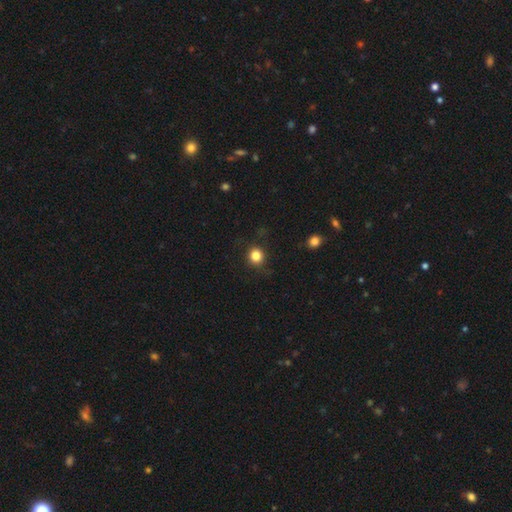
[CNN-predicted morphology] Q: Smooth or featured?
A: smooth (83%); runner-up: star or artifact (12%)
Q: How rounded?
A: round (89%); runner-up: in between (10%)
Q: Merging?
A: none (87%); runner-up: minor disturbance (9%)